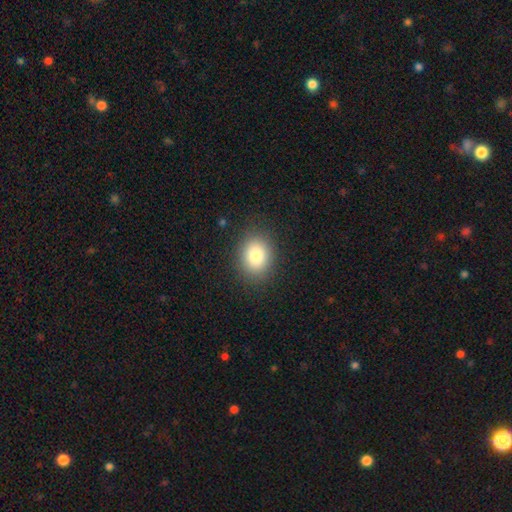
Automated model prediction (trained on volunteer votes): smooth_or_featured: smooth (p=0.82) [alt: star or artifact p=0.10]
how_rounded: round (p=0.58) [alt: in between p=0.42]
merging: none (p=0.88) [alt: minor disturbance p=0.08]